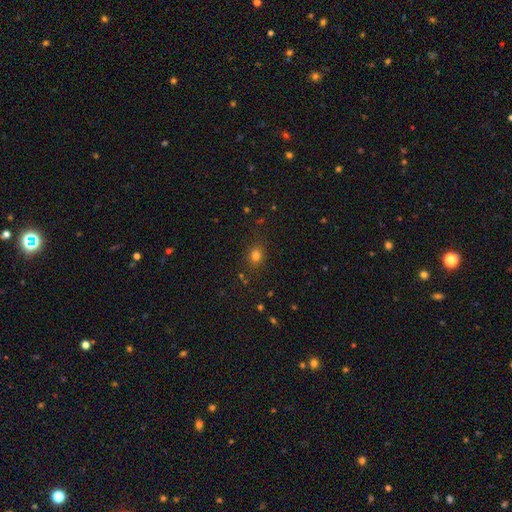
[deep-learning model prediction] A smooth galaxy with no disk features (77%) that is round (59%).

Vote fractions:
- Smooth or featured? smooth: 77% / star or artifact: 17% / featured or disk: 6%
- How rounded? round: 59% / in between: 40% / cigar-shaped: 1%
- Merging? none: 83% / minor disturbance: 11% / major disturbance: 4% / merger: 2%